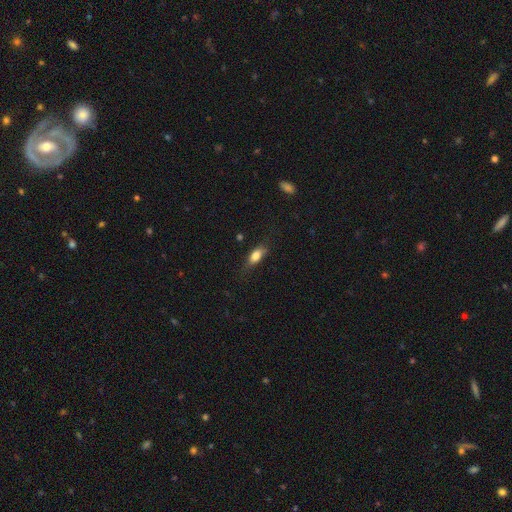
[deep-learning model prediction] Smooth or featured: smooth — 78% (featured or disk — 14%)
How rounded: in between — 77% (cigar-shaped — 18%)
Merging: none — 72% (minor disturbance — 20%)